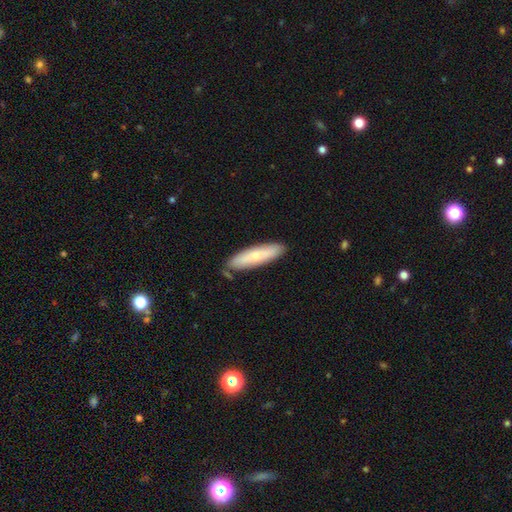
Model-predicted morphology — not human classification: This appears to be a smooth galaxy with no disk features (68%) that is cigar-shaped (75%). Merging: none (82%).